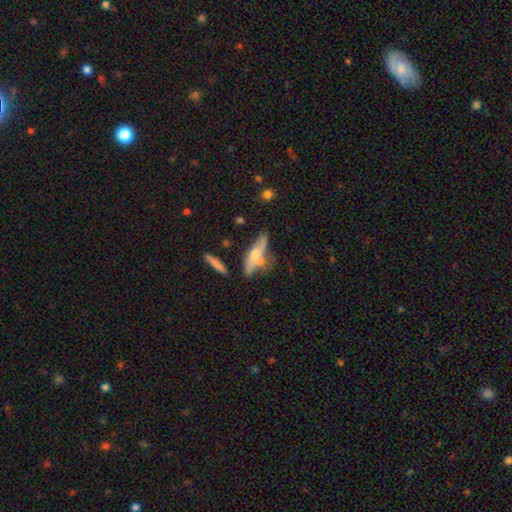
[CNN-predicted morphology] Overall: smooth (47%; featured or disk 46%). Merging: none (49%; minor disturbance 21%).